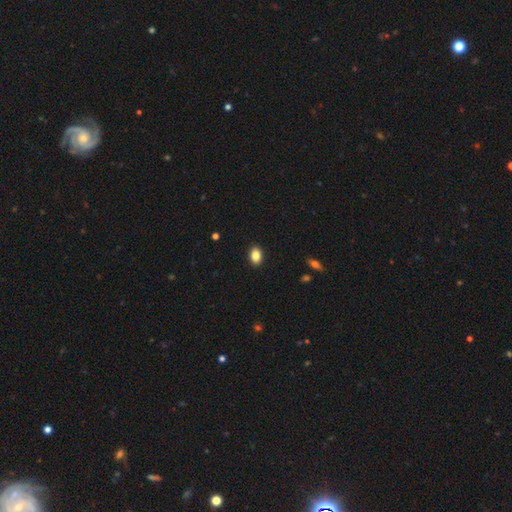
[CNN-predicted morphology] Overall: smooth (85%). How rounded: in between (82%). Merging: none (91%).